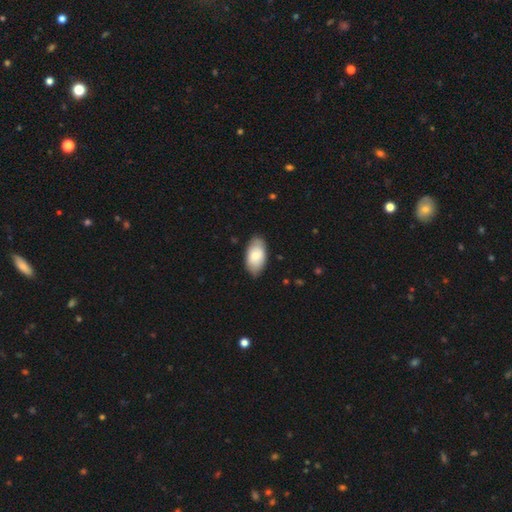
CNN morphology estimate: This appears to be a smooth galaxy with no disk features (75%) that is in between round and cigar-shaped (95%). Merging: none (80%).